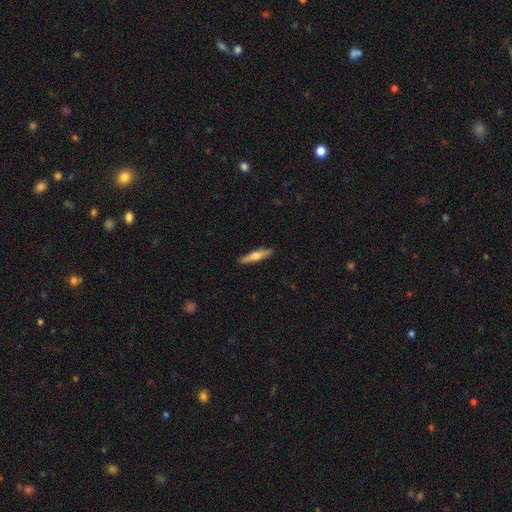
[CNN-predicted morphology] smooth 51%, featured or disk 44%, star or artifact 6%. Down the decision tree: how rounded — cigar-shaped (82%); merging — none (90%).